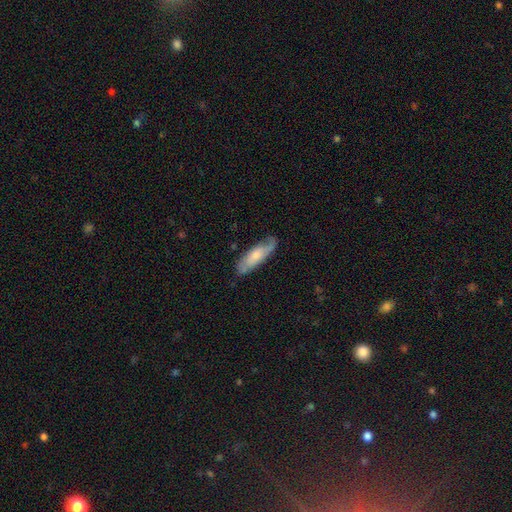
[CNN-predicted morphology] A smooth galaxy with no disk features (54%) that is cigar-shaped (49%, tied with in between). Merging: none (72%).